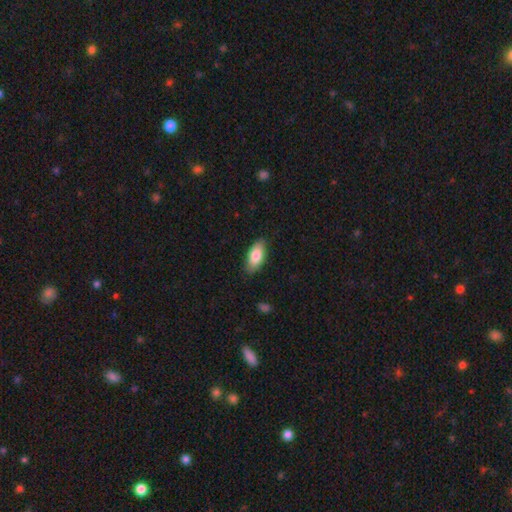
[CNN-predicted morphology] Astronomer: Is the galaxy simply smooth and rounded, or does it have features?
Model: smooth — 83%.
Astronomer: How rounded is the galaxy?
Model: in between — 88%.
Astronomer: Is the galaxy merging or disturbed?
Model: none — 85%.